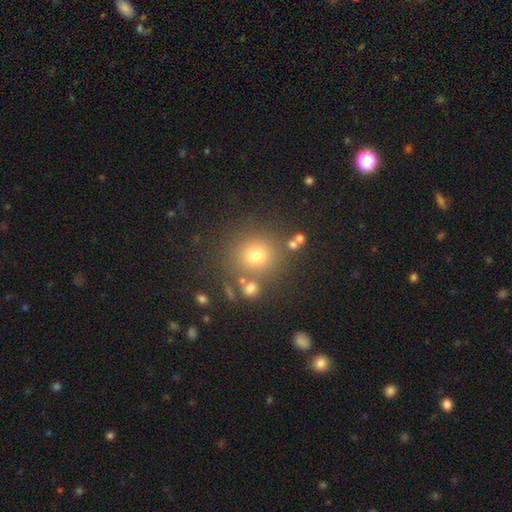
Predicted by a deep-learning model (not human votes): Smooth or featured? smooth (71%)
How rounded? round (92%)
Merging? none (79%)